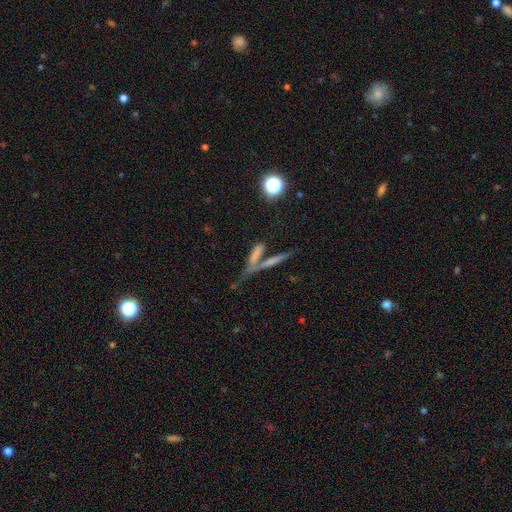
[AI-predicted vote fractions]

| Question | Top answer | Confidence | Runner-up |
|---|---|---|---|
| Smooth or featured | smooth | 54% | featured or disk (31%) |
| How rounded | cigar-shaped | 71% | in between (23%) |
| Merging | merger | 42% | none (40%) |